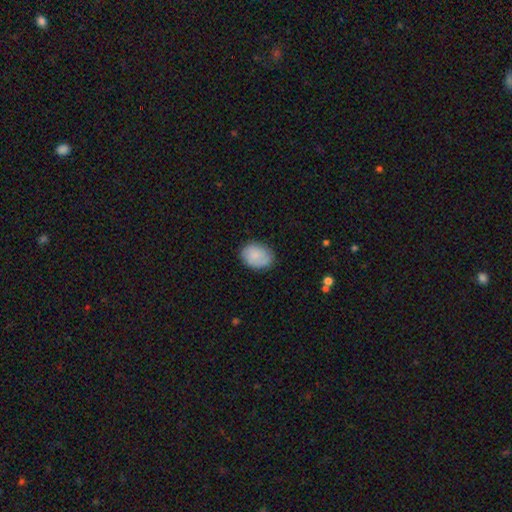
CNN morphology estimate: Q: Smooth or featured?
A: smooth (75%); runner-up: featured or disk (18%)
Q: How rounded?
A: in between (69%); runner-up: round (30%)
Q: Merging?
A: none (78%); runner-up: minor disturbance (17%)